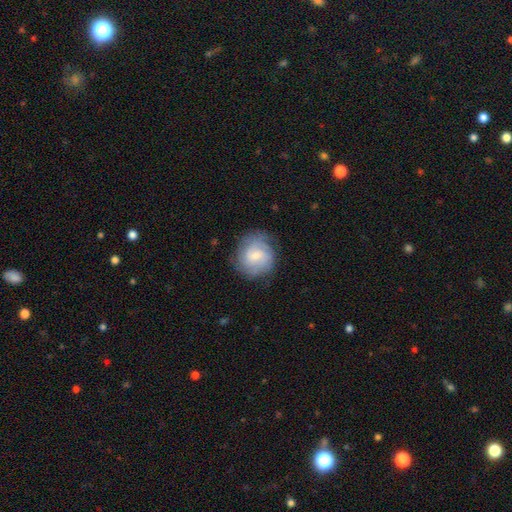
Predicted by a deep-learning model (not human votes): Smooth or featured? Predicted: featured or disk (p=0.55). Edge-on disk? Predicted: no (p=0.97). Bar? Predicted: weak (p=0.48). Spiral arms? Predicted: yes (p=0.87). Bulge size? Predicted: small (p=0.57). Merging? Predicted: none (p=0.76).